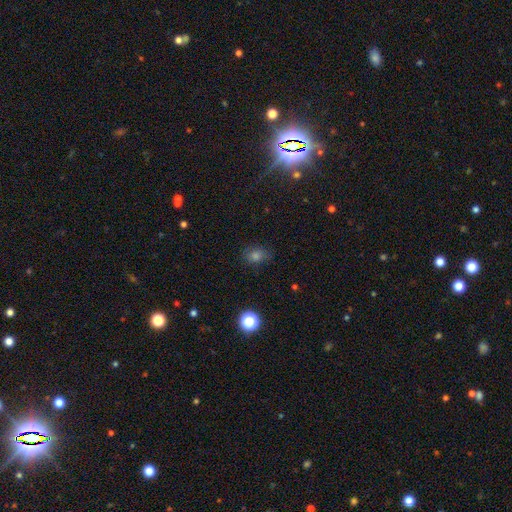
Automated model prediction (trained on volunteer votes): A smooth galaxy with no disk features (66%) that is in between round and cigar-shaped (56%).

Vote fractions:
- Smooth or featured? smooth: 66% / star or artifact: 26% / featured or disk: 9%
- How rounded? in between: 56% / round: 42% / cigar-shaped: 2%
- Merging? none: 81% / minor disturbance: 14% / major disturbance: 4% / merger: 2%